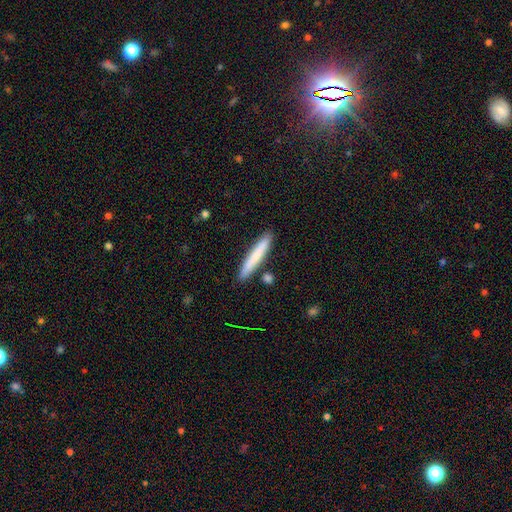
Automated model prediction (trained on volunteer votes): This appears to be a smooth galaxy with no disk features (75%) that is cigar-shaped (95%). Merging: none (87%).